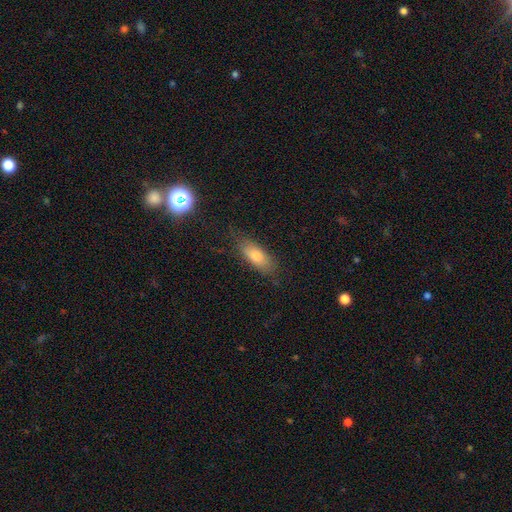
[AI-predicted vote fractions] Smooth or featured? smooth (75%)
How rounded? in between (73%)
Merging? none (77%)